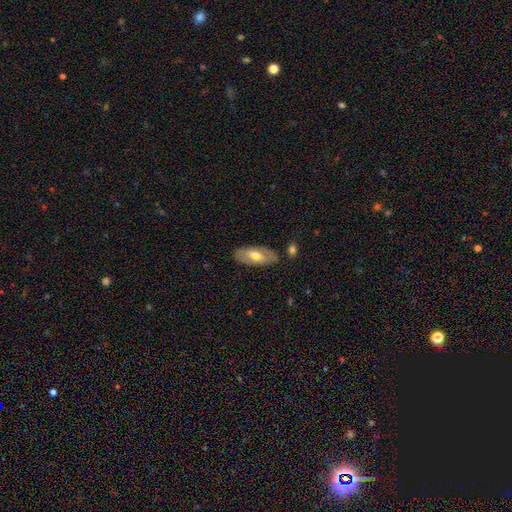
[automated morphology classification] smooth-or-featured: smooth: 54% | featured or disk: 40% | star or artifact: 6%
  how-rounded: in between: 86% | cigar-shaped: 11% | round: 3%
  merging: none: 82% | minor disturbance: 12% | major disturbance: 3% | merger: 3%